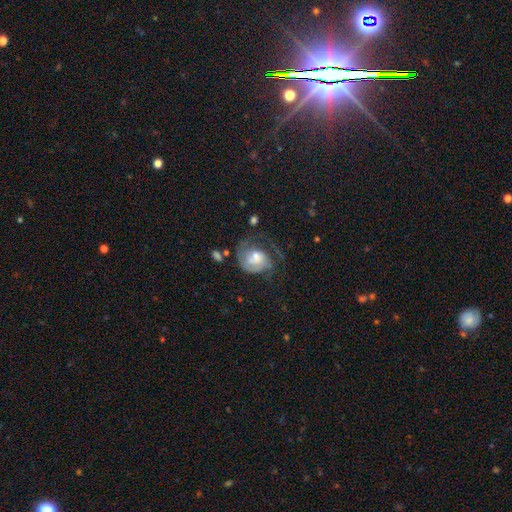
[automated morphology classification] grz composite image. It shows a featured or disk galaxy (68%) with no bar (69%), 1 (35%) tight (39%) spiral arms (86%) and a moderate central bulge (48%). Merging: none (39%).